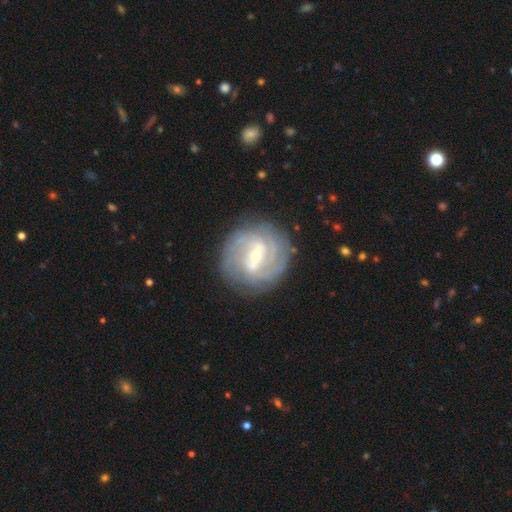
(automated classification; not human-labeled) Smooth or featured? featured or disk (87%)
Edge-on disk? no (97%)
Bar? weak (50%)
Spiral arms? yes (95%)
Spiral winding? tight (71%)
Spiral arm count? can't tell (29%)
Bulge size? small (52%)
Merging? none (82%)